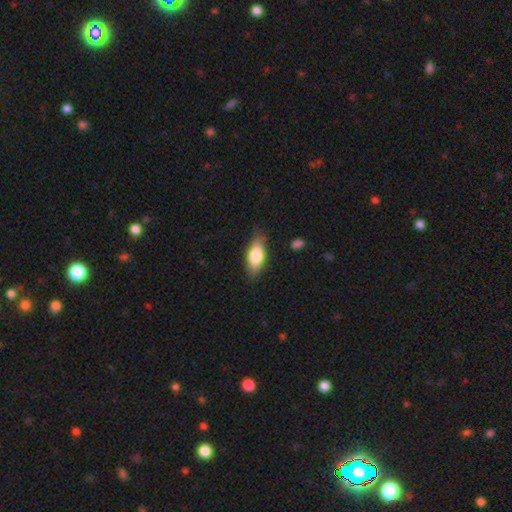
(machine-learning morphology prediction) Smooth or featured? Predicted: smooth (p=0.76). How rounded? Predicted: in between (p=0.81). Merging? Predicted: none (p=0.77).